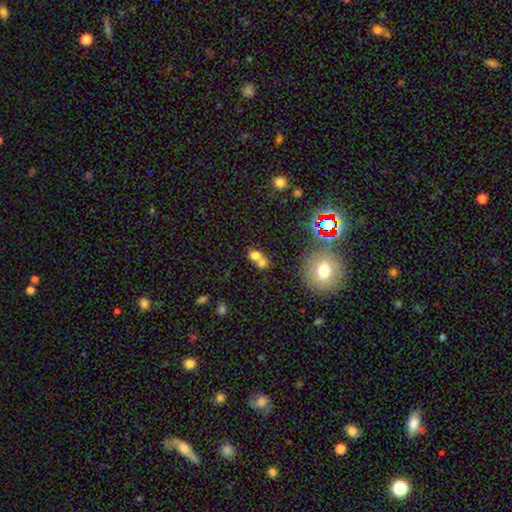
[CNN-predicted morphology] Smooth or featured? smooth (71%)
How rounded? round (63%)
Merging? merger (62%)